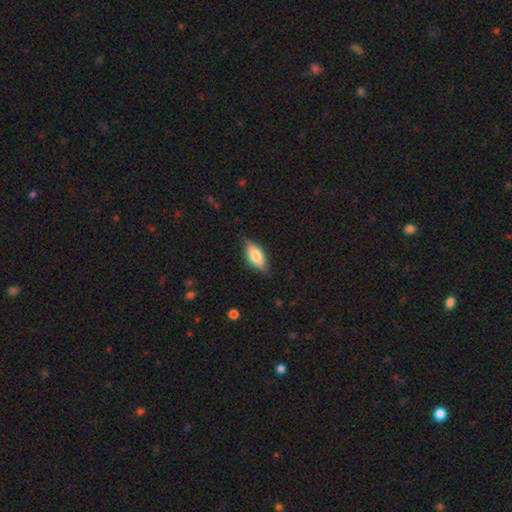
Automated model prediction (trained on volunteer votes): A smooth galaxy with no disk features (61%) that is in between round and cigar-shaped (80%). Merging: none (76%).